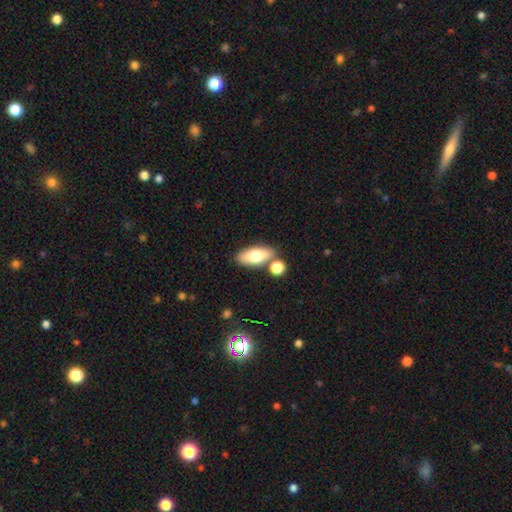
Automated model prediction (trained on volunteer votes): Overall: smooth (69%). How rounded: in between (81%). Merging: none (74%).